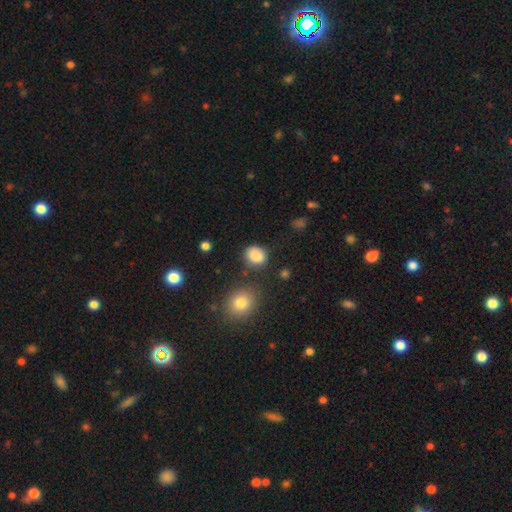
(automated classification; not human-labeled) smooth_or_featured: smooth (p=0.86) [alt: star or artifact p=0.09]
how_rounded: round (p=0.61) [alt: in between p=0.38]
merging: none (p=0.74) [alt: minor disturbance p=0.16]